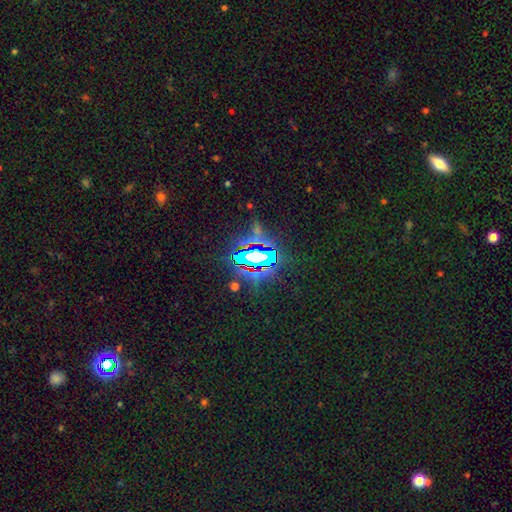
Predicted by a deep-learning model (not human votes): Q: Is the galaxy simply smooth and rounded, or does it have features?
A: star or artifact — 69%.